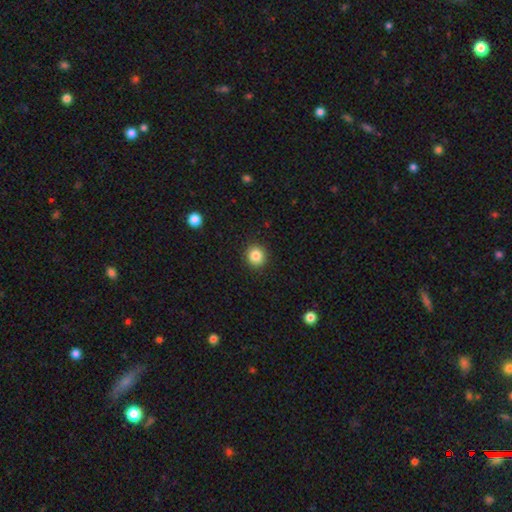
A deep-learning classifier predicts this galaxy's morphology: smooth 85%, star or artifact 10%, featured or disk 5%. Down the decision tree: how rounded — round (90%); merging — none (91%).